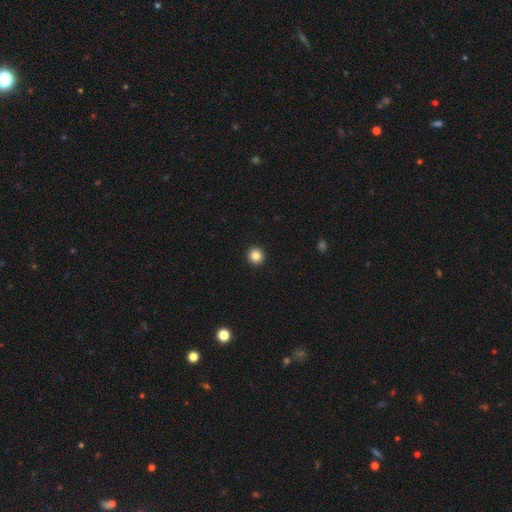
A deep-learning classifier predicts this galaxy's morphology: Smooth or featured?
  - smooth: 86% *
  - star or artifact: 10%
  - featured or disk: 4%
How rounded?
  - round: 94% *
  - in between: 5%
  - cigar-shaped: 1%
Merging?
  - none: 94% *
  - minor disturbance: 4%
  - major disturbance: 1%
  - merger: 1%